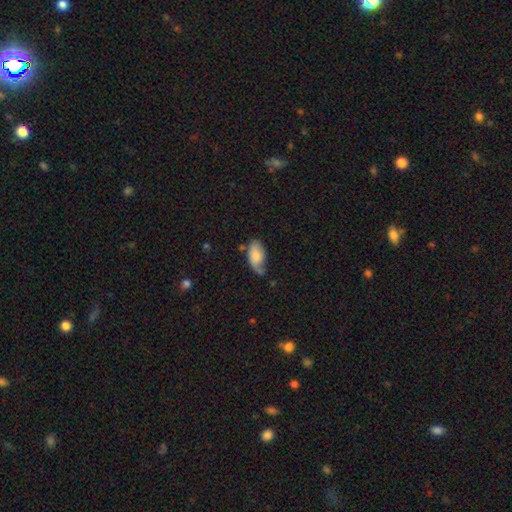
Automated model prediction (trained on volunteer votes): smooth 67%, featured or disk 27%, star or artifact 6%. Down the decision tree: how rounded — in between (93%); merging — none (42%).